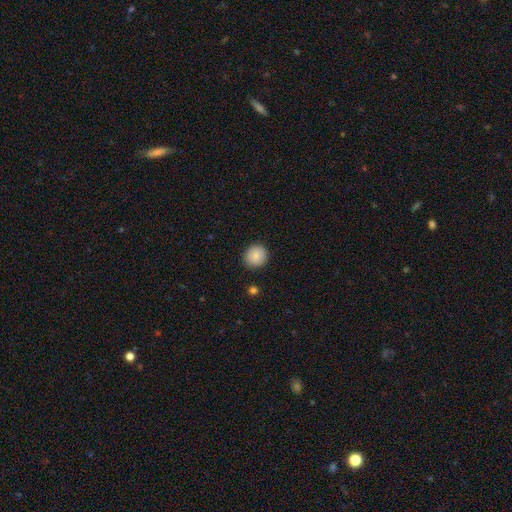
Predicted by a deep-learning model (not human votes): Morphology: type=smooth (85%); roundness=round (92%); merging=none (90%).